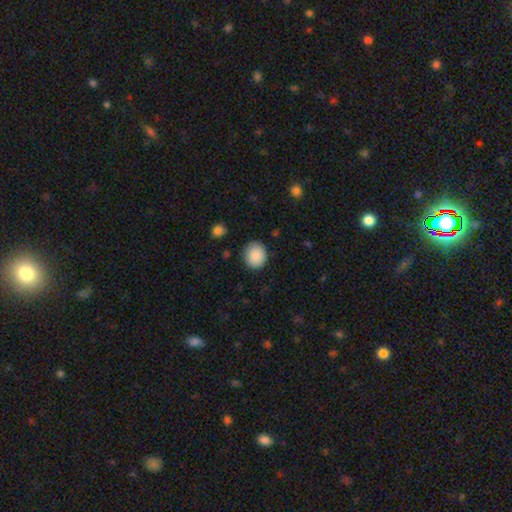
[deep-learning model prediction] Smooth or featured?
  - smooth: 88% *
  - star or artifact: 8%
  - featured or disk: 4%
How rounded?
  - round: 82% *
  - in between: 17%
  - cigar-shaped: 1%
Merging?
  - none: 87% *
  - minor disturbance: 10%
  - major disturbance: 2%
  - merger: 1%